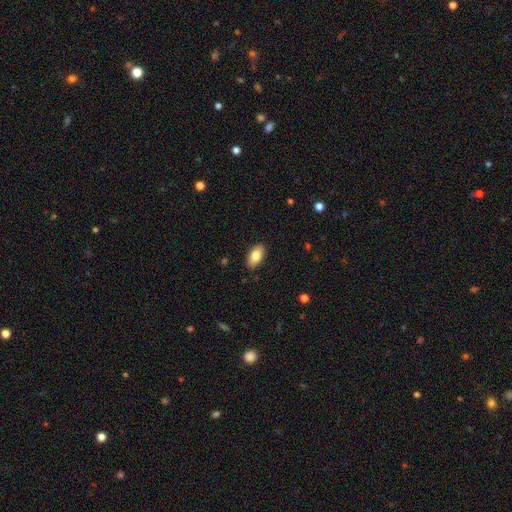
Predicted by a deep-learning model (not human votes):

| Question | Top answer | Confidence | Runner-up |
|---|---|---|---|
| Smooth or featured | smooth | 80% | featured or disk (14%) |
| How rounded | in between | 92% | cigar-shaped (5%) |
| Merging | none | 89% | minor disturbance (8%) |